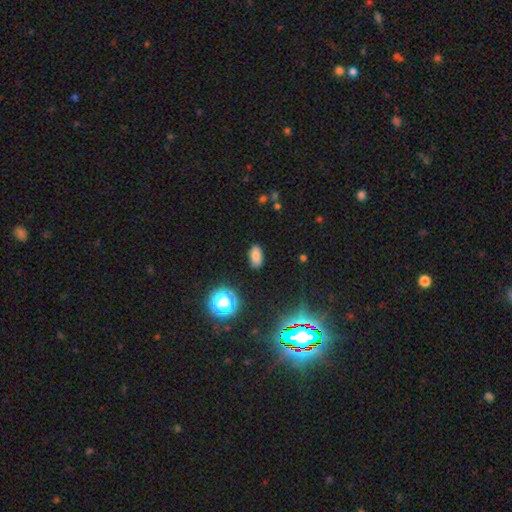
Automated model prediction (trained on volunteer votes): This appears to be a smooth galaxy with no disk features (77%) that is in between round and cigar-shaped (90%). Merging: none (83%).